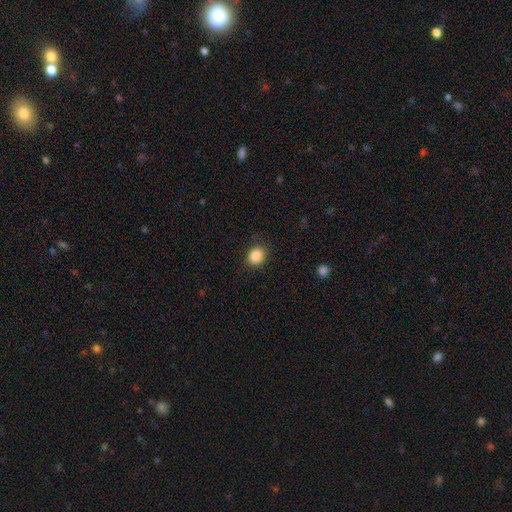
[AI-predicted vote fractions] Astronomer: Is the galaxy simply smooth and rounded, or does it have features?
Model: smooth — 87%.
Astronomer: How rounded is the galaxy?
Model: round — 65%.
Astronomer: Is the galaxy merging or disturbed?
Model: none — 84%.